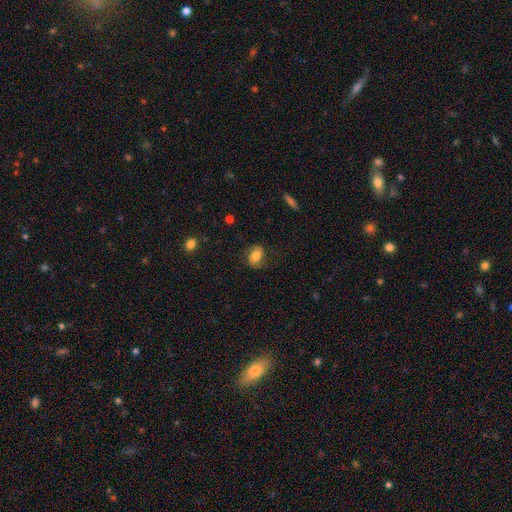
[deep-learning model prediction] Morphology: type=smooth (73%); roundness=in between (76%); merging=none (72%).